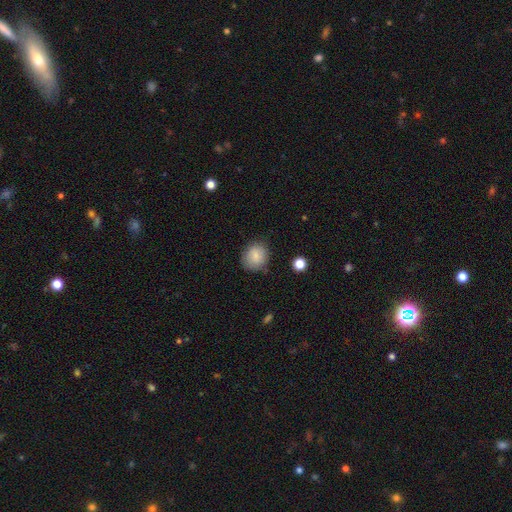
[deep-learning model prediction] A smooth galaxy with no disk features (84%) that is round (76%).

Vote fractions:
- Smooth or featured? smooth: 84% / star or artifact: 8% / featured or disk: 8%
- How rounded? round: 76% / in between: 23% / cigar-shaped: 1%
- Merging? none: 80% / minor disturbance: 14% / major disturbance: 4% / merger: 2%